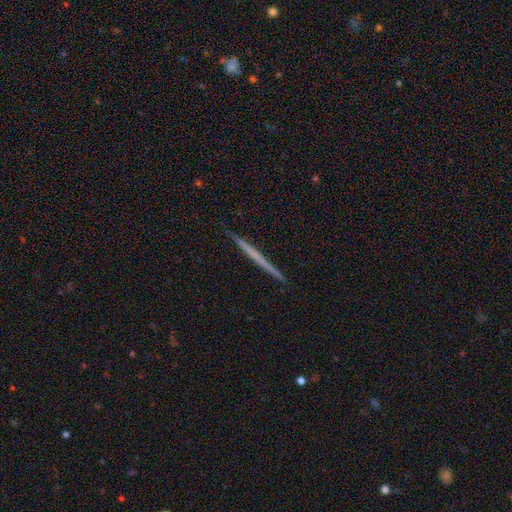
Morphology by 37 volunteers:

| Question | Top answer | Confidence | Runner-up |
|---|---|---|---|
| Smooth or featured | featured or disk | 59% | smooth (35%) |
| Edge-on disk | yes | 100% | — |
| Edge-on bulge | none | 100% | — |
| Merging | none | 86% | minor disturbance (9%) |